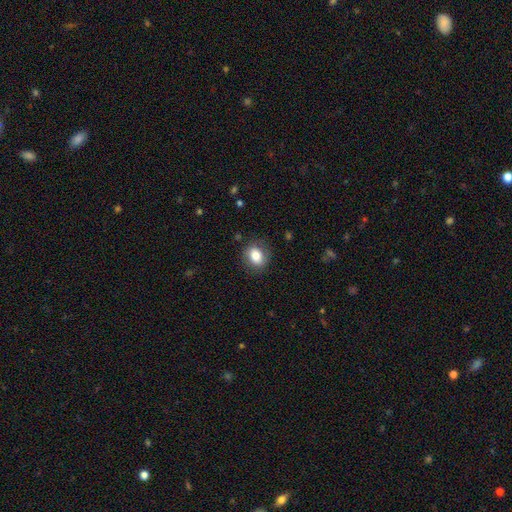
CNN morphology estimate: A smooth galaxy with no disk features (80%) that is round (50%). Merging: none (83%).